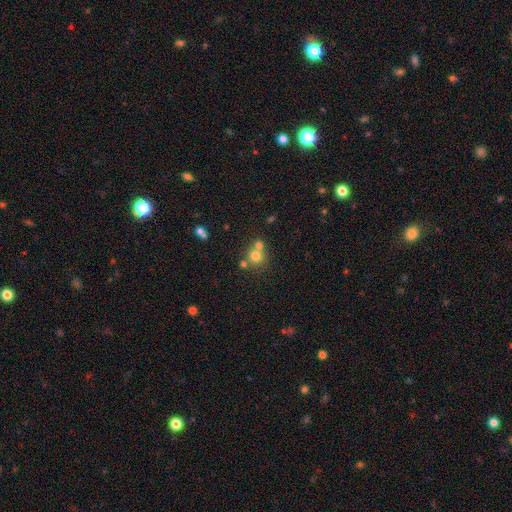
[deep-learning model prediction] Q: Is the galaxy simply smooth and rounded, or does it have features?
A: smooth — 71%.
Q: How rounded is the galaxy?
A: round — 86%.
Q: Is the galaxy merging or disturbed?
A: none — 50%.